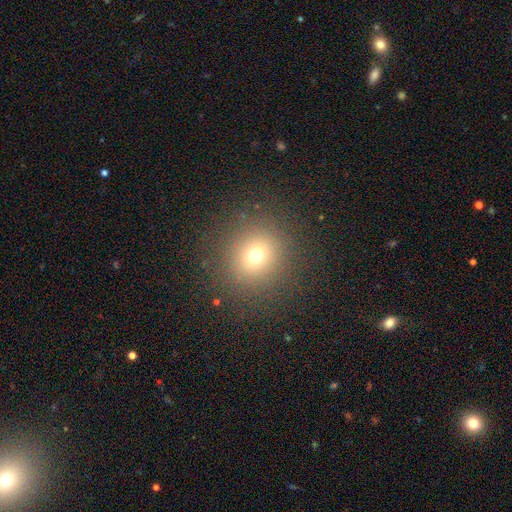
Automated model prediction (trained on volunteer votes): Smooth or featured: smooth — 69% (star or artifact — 21%)
How rounded: round — 91% (in between — 8%)
Merging: none — 88% (minor disturbance — 7%)